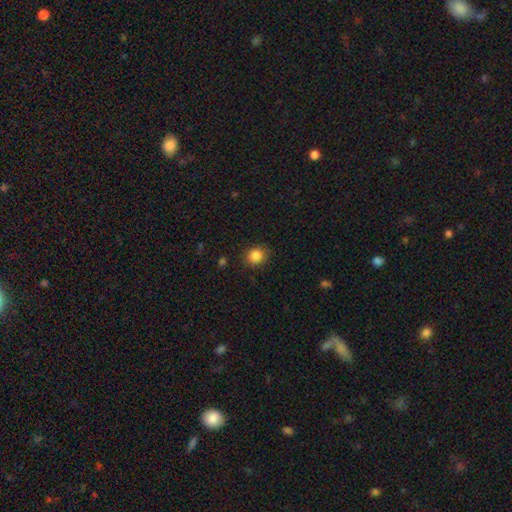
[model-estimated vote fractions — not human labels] smooth-or-featured: smooth: 86% | star or artifact: 10% | featured or disk: 4%
  how-rounded: round: 74% | in between: 25% | cigar-shaped: 1%
  merging: none: 85% | minor disturbance: 11% | major disturbance: 3% | merger: 1%